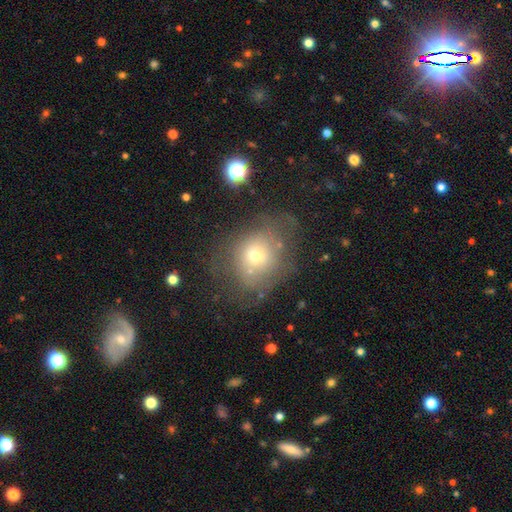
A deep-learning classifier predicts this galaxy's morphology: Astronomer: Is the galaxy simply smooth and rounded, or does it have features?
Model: smooth — 58%.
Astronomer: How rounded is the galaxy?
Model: round — 69%.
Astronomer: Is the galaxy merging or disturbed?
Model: none — 57%.